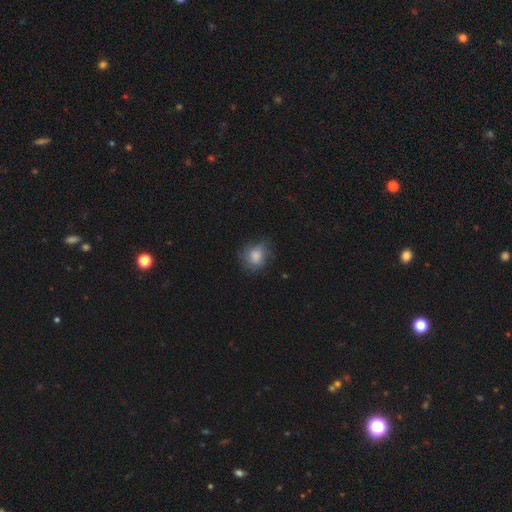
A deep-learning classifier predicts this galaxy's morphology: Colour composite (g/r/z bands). It shows a smooth galaxy with no disk features (74%) that is round (70%). Merging: none (63%).